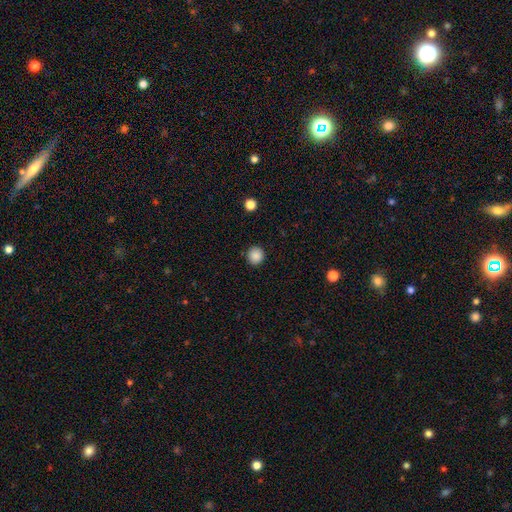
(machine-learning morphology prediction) Smooth or featured? Predicted: smooth (p=0.87). How rounded? Predicted: round (p=0.92). Merging? Predicted: none (p=0.91).